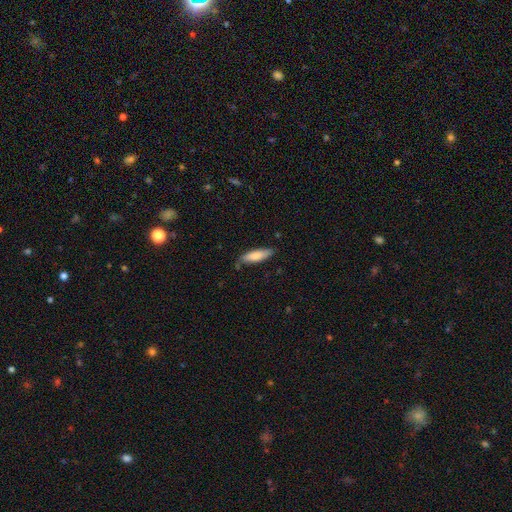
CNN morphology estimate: The model was most divided on "how rounded": cigar-shaped: 60%, in between: 39%, round: 1%. More confident: smooth or featured — smooth (78%); merging — none (77%).